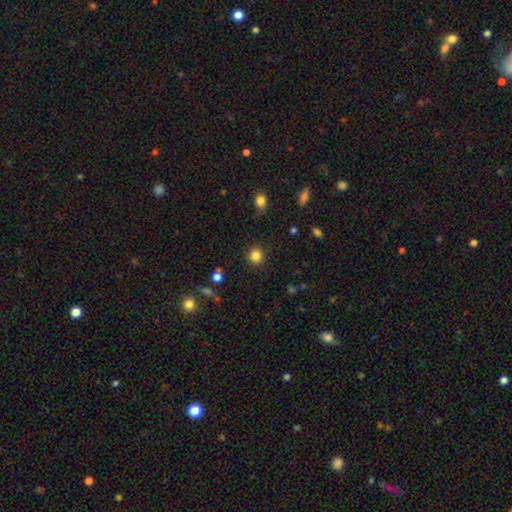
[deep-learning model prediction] Smooth or featured? Predicted: smooth (p=0.84). How rounded? Predicted: round (p=0.91). Merging? Predicted: none (p=0.90).